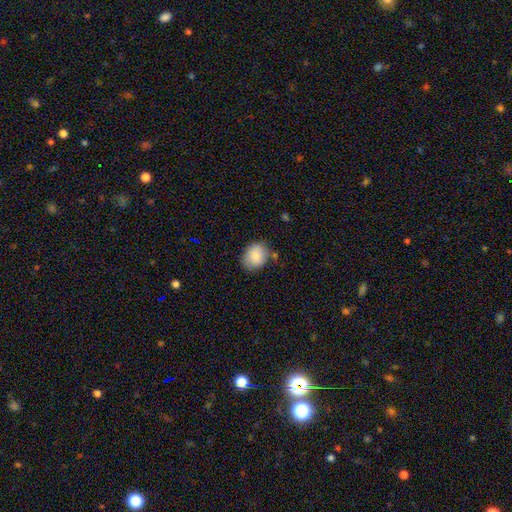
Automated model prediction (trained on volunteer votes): smooth_or_featured: smooth (p=0.84) [alt: featured or disk p=0.09]
how_rounded: round (p=0.55) [alt: in between p=0.45]
merging: none (p=0.74) [alt: minor disturbance p=0.18]